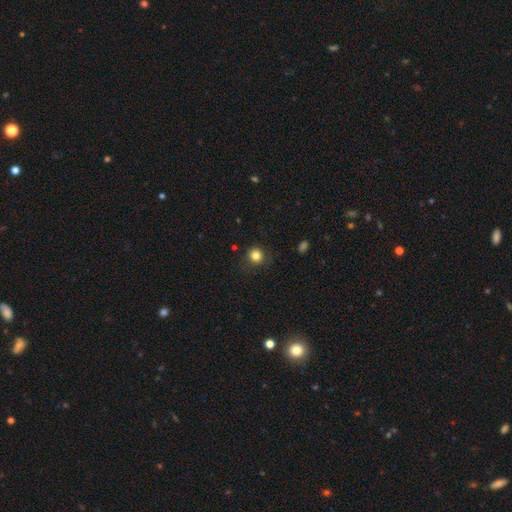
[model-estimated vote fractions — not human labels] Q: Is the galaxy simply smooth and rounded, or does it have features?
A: smooth — 82%.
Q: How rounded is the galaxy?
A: round — 91%.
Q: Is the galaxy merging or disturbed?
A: none — 83%.